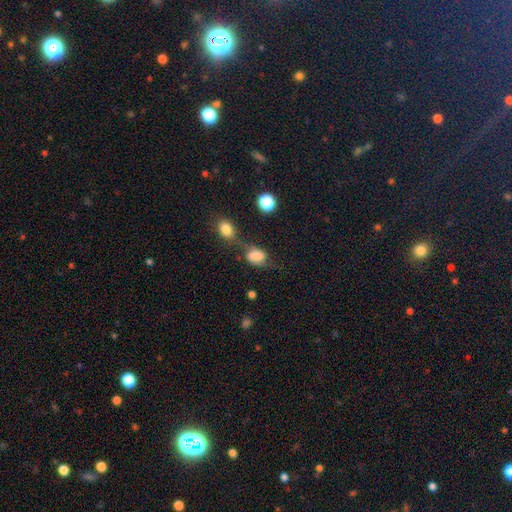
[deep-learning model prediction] Overall: smooth (57%; featured or disk 31%). How rounded: in between (72%). Merging: none (39%; minor disturbance 23%).